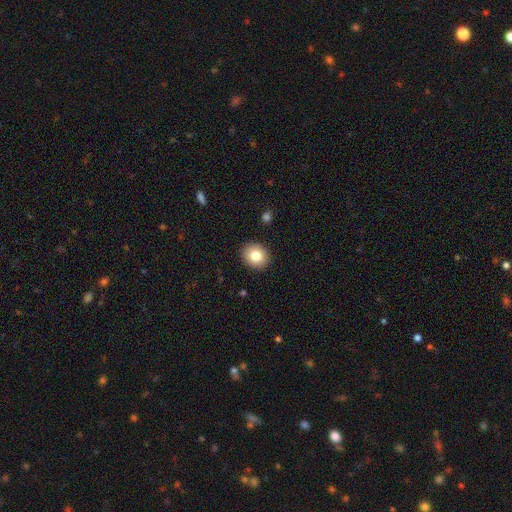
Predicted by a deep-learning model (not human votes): Smooth or featured? smooth (81%)
How rounded? round (69%)
Merging? none (91%)